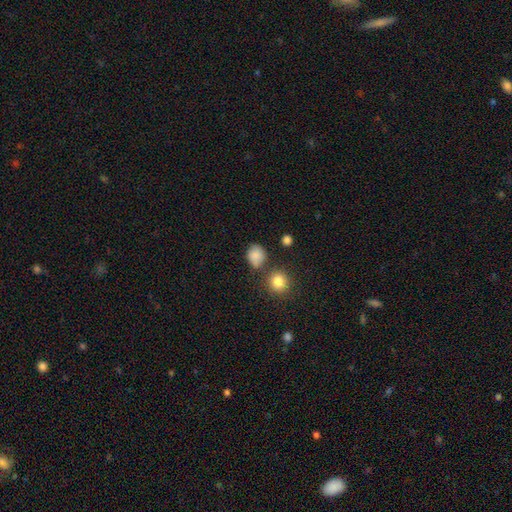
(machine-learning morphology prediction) This appears to be a smooth galaxy with no disk features (84%) that is round (68%). Merging: none (65%).